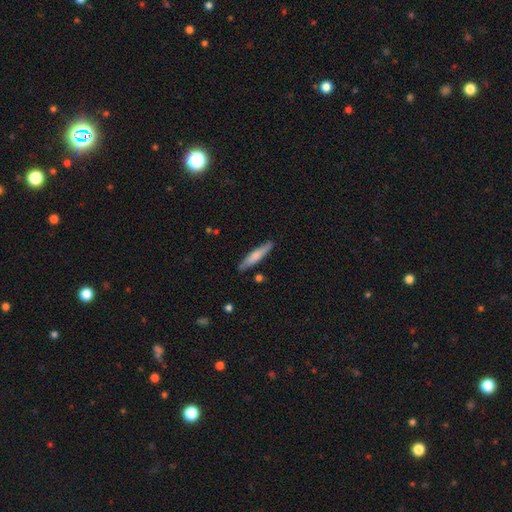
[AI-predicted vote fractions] Smooth or featured? smooth (67%)
How rounded? cigar-shaped (90%)
Merging? none (86%)